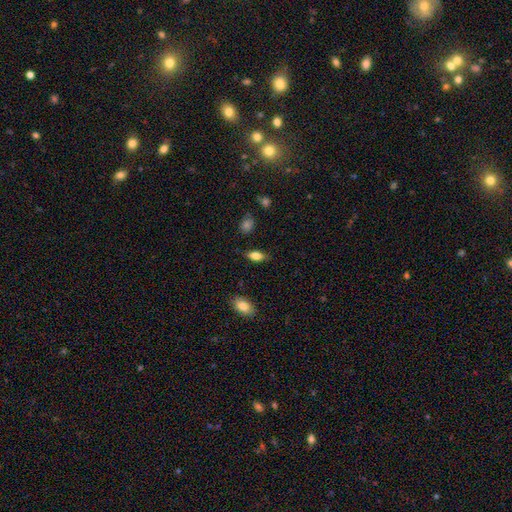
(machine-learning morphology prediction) Smooth or featured: smooth — 75% (featured or disk — 17%)
How rounded: in between — 83% (cigar-shaped — 13%)
Merging: none — 83% (minor disturbance — 13%)